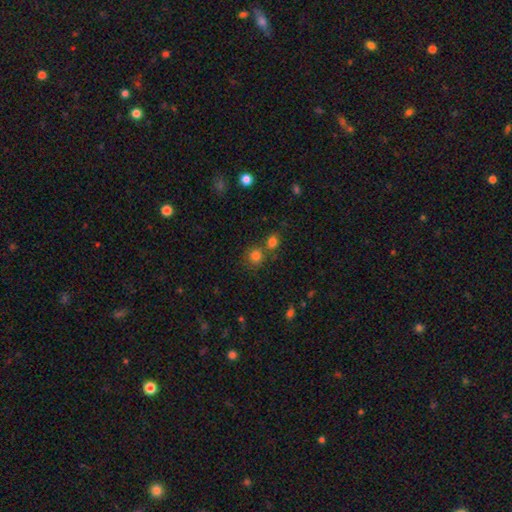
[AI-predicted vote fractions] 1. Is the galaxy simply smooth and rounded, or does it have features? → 79% smooth, 14% star or artifact, 6% featured or disk.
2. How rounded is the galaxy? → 85% round, 14% in between, 1% cigar-shaped.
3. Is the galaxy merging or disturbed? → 63% none, 25% merger, 9% minor disturbance, 3% major disturbance.